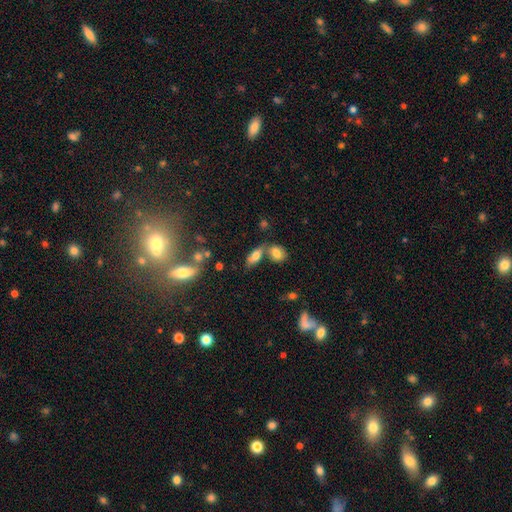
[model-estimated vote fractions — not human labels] A smooth galaxy with no disk features (71%) that is in between round and cigar-shaped (80%).

Vote fractions:
- Smooth or featured? smooth: 71% / featured or disk: 20% / star or artifact: 10%
- How rounded? in between: 80% / cigar-shaped: 14% / round: 6%
- Merging? none: 53% / merger: 28% / minor disturbance: 14% / major disturbance: 6%